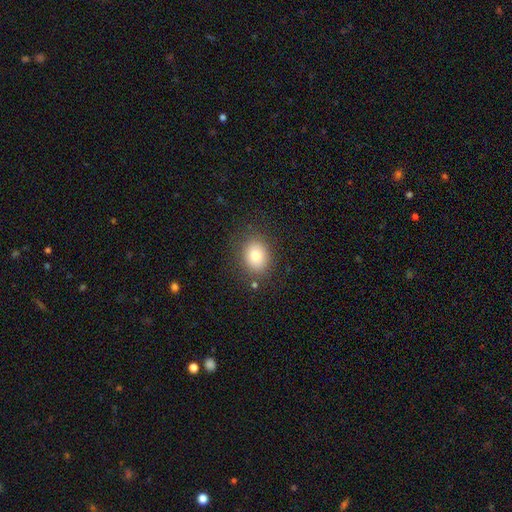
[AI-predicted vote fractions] The model was most divided on "how rounded": in between: 53%, round: 46%, cigar-shaped: 1%. More confident: merging — none (83%); smooth or featured — smooth (78%).